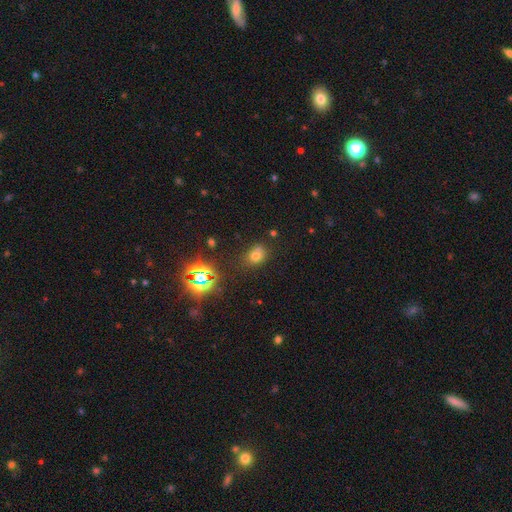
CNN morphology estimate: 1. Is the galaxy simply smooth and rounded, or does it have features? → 63% smooth, 26% star or artifact, 11% featured or disk.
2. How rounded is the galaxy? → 52% in between, 46% round, 1% cigar-shaped.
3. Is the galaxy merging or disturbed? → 63% none, 21% minor disturbance, 9% merger, 7% major disturbance.